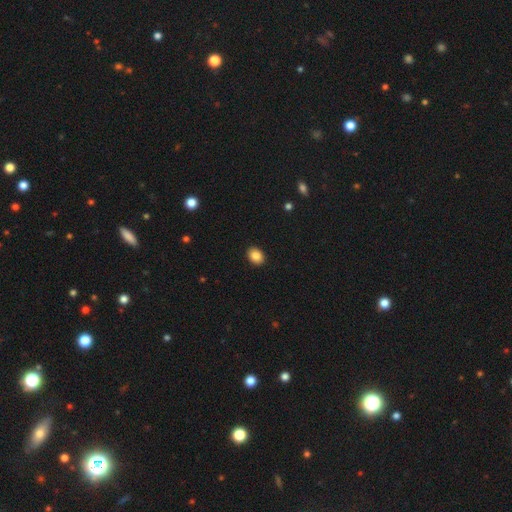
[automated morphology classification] type=smooth (87%); roundness=in between (63%); merging=none (91%).